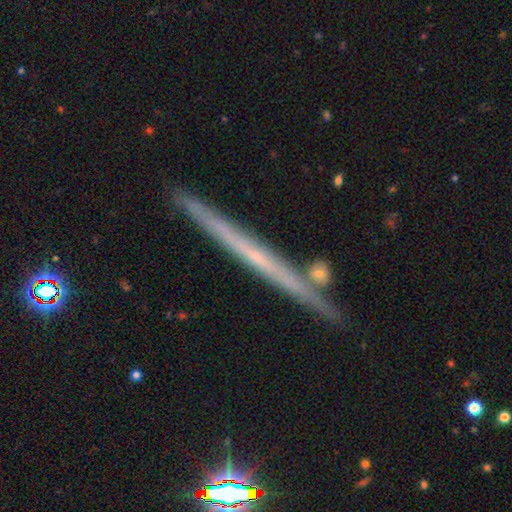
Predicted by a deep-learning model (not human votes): Overall: featured or disk (66%). Edge-on disk: yes (97%). Edge-on bulge: none (84%). Merging: none (87%).